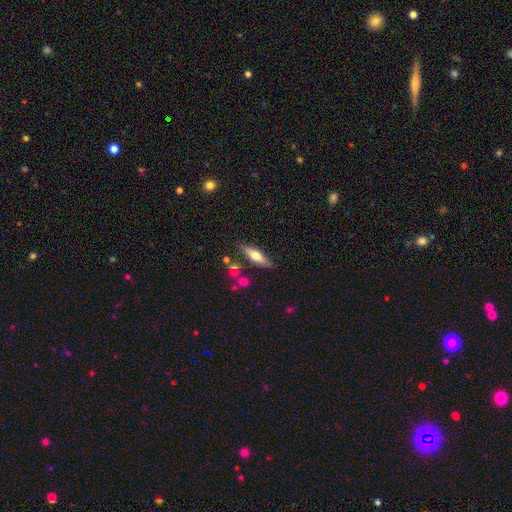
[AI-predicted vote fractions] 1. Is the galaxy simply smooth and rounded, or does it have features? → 52% smooth, 41% featured or disk, 7% star or artifact.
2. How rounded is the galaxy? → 61% cigar-shaped, 37% in between, 2% round.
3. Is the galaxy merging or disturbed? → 79% none, 12% minor disturbance, 6% merger, 3% major disturbance.